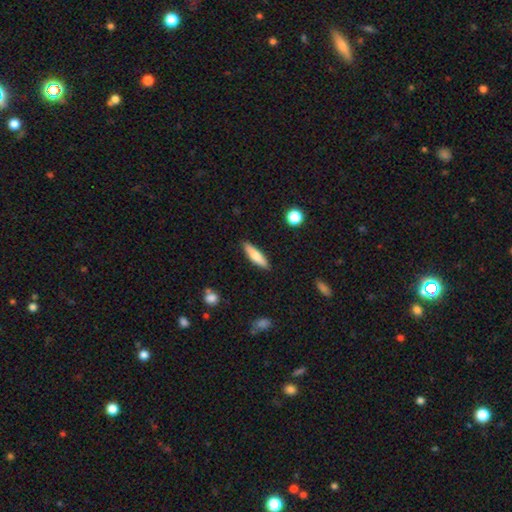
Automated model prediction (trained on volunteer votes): Morphology: type=smooth (72%); roundness=cigar-shaped (68%); merging=none (88%).